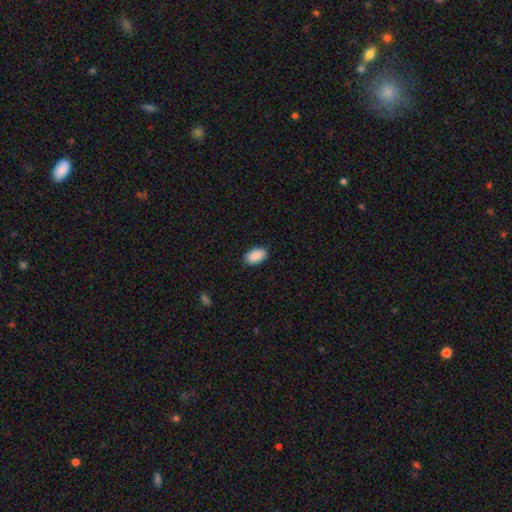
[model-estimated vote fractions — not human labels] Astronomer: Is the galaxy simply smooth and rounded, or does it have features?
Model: smooth — 90%.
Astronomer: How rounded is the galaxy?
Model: in between — 94%.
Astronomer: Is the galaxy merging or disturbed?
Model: none — 89%.